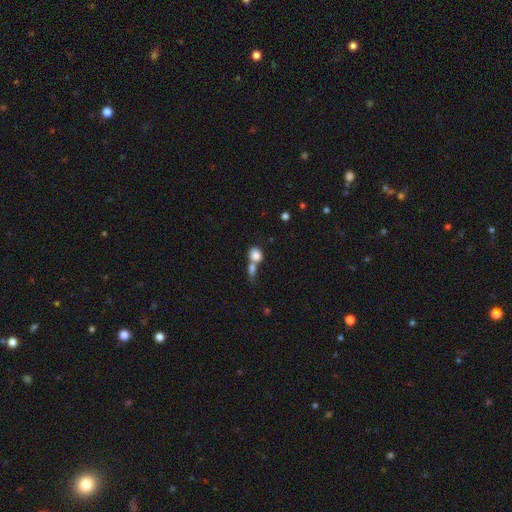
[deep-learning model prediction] Morphology: type=smooth (82%); roundness=round (49%); merging=merger (60%).